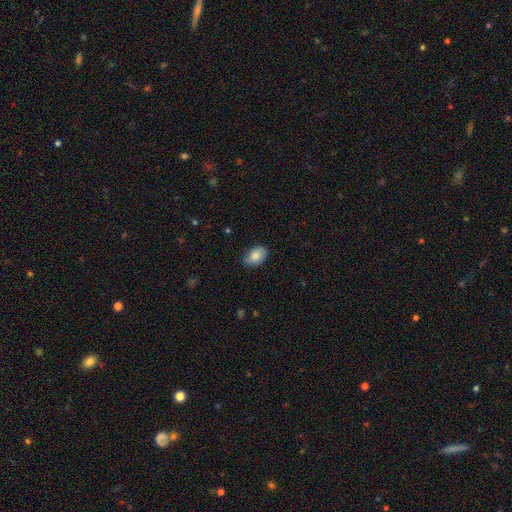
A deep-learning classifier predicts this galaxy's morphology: This is clearly a smooth galaxy (83%). How rounded: clearly in between (89%). Merging: likely none (80%).